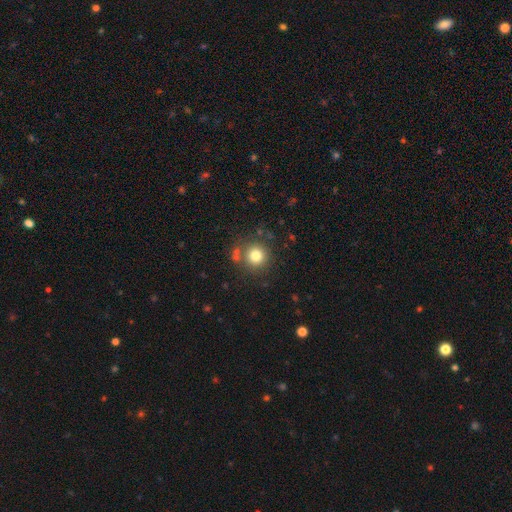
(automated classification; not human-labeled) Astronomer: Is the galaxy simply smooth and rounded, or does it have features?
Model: smooth — 79%.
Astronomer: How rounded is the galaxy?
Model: round — 94%.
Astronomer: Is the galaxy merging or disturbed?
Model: none — 80%.